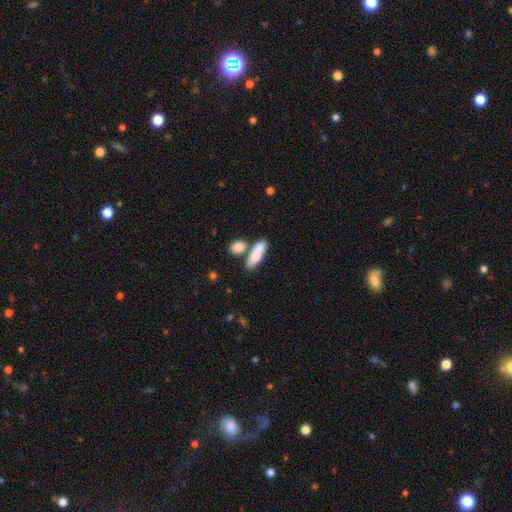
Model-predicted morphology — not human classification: This is likely a smooth galaxy (76%). How rounded: possibly in between (56%). Merging: possibly none (54%).